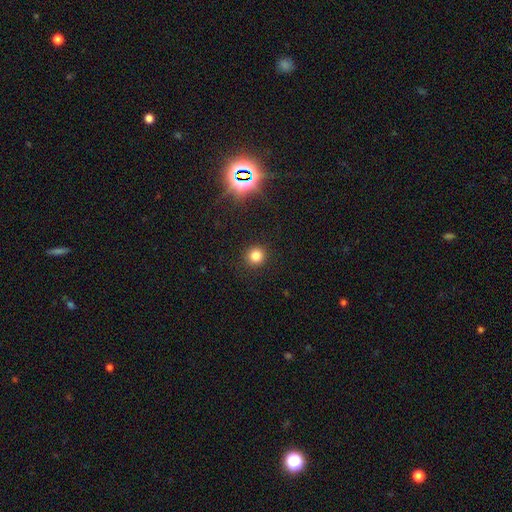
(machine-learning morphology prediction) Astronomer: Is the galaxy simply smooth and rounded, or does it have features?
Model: smooth — 80%.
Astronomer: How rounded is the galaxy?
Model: round — 93%.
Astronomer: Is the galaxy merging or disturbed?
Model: none — 90%.